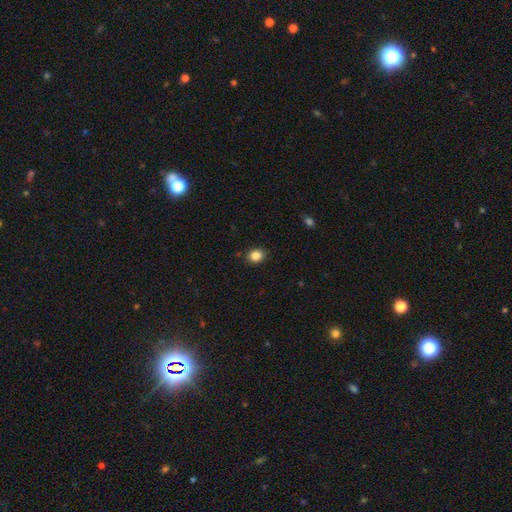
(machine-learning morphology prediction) This appears to be a smooth galaxy with no disk features (85%) that is round (69%). Merging: none (90%).